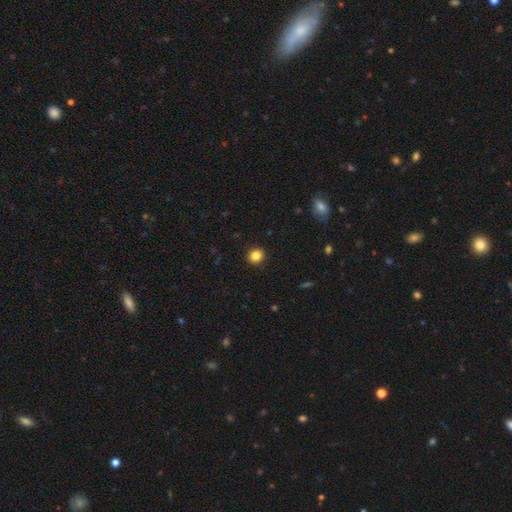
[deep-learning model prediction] Morphology: type=smooth (85%); roundness=round (85%); merging=none (92%).